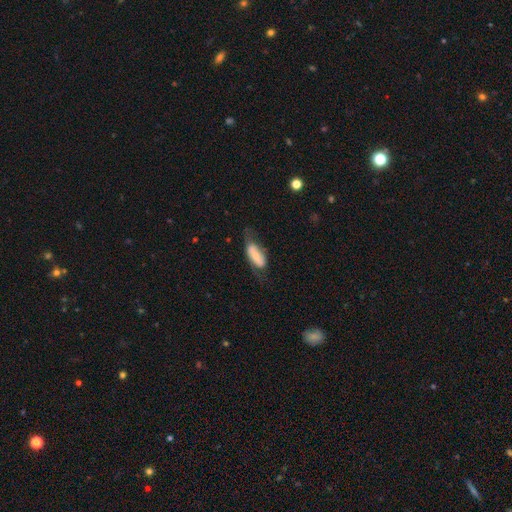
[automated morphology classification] Q: Smooth or featured?
A: smooth (52%); runner-up: featured or disk (42%)
Q: How rounded?
A: in between (83%); runner-up: cigar-shaped (14%)
Q: Merging?
A: none (48%); runner-up: minor disturbance (29%)